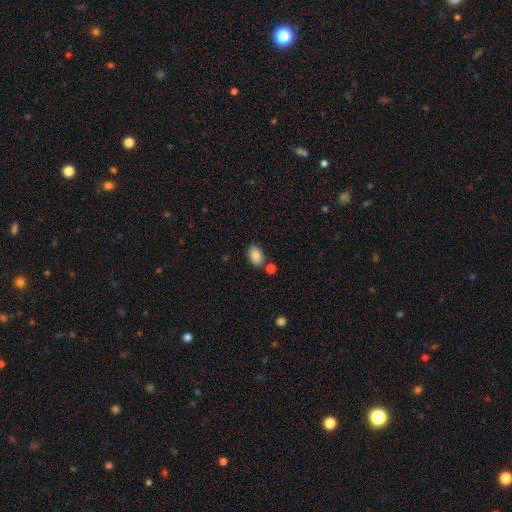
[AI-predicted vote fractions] A smooth galaxy with no disk features (87%) that is in between round and cigar-shaped (88%). Merging: none (76%).